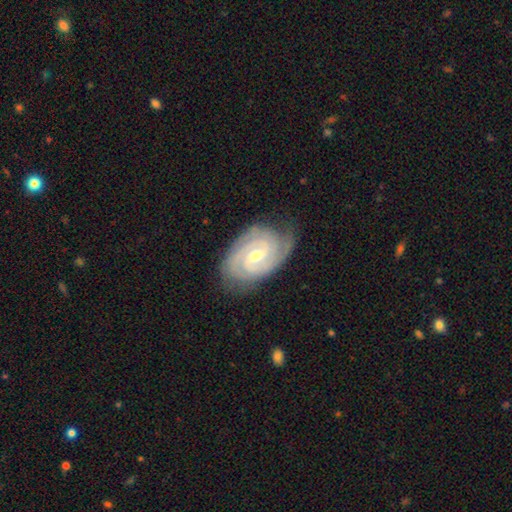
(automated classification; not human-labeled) The model was most divided on "bulge size": small: 54%, moderate: 44%, large: 1%, none: 1%, dominant: 1%. Remaining: spiral arms — yes (98%); edge-on disk — no (97%); smooth or featured — featured or disk (91%); merging — none (78%); spiral winding — tight (75%); bar — weak (51%); spiral arm count — 2 (43%).